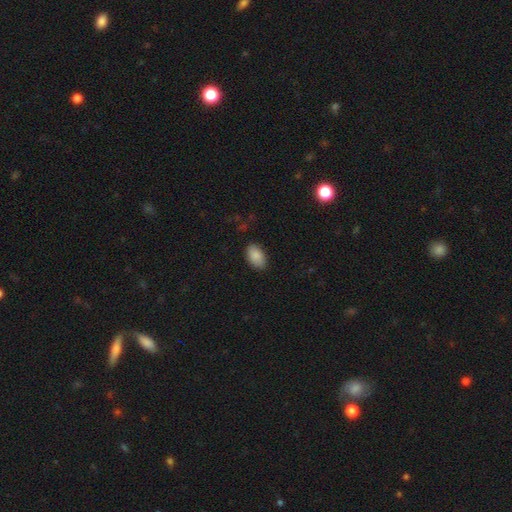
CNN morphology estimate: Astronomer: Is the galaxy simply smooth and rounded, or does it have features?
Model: smooth — 88%.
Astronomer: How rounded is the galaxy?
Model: in between — 93%.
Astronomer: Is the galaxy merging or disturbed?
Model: none — 85%.